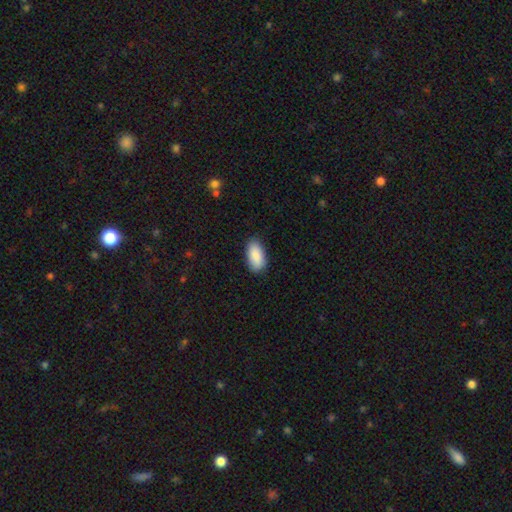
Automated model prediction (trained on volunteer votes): Smooth or featured? smooth (90%)
How rounded? in between (93%)
Merging? none (85%)